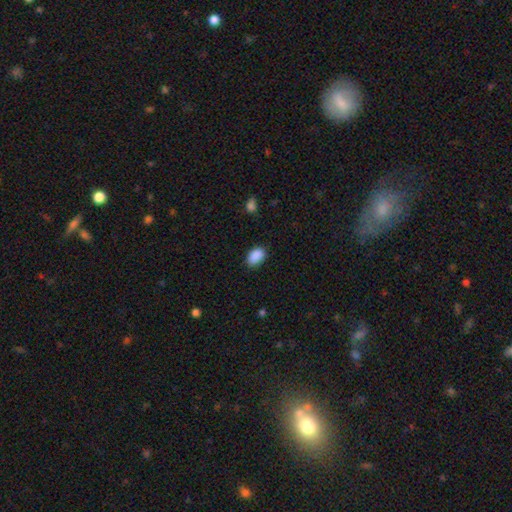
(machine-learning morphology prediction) Smooth or featured?
  - smooth: 90% *
  - star or artifact: 7%
  - featured or disk: 3%
How rounded?
  - in between: 89% *
  - round: 10%
  - cigar-shaped: 1%
Merging?
  - none: 84% *
  - minor disturbance: 12%
  - major disturbance: 3%
  - merger: 1%